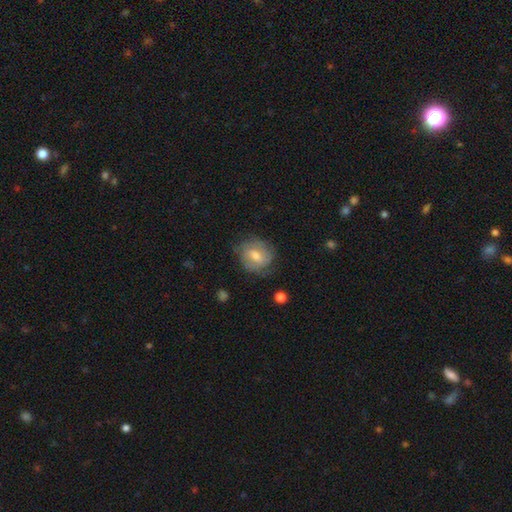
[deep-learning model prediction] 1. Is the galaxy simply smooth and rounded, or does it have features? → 47% featured or disk, 44% smooth, 8% star or artifact.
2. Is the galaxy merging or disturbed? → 69% none, 21% minor disturbance, 9% major disturbance, 1% merger.